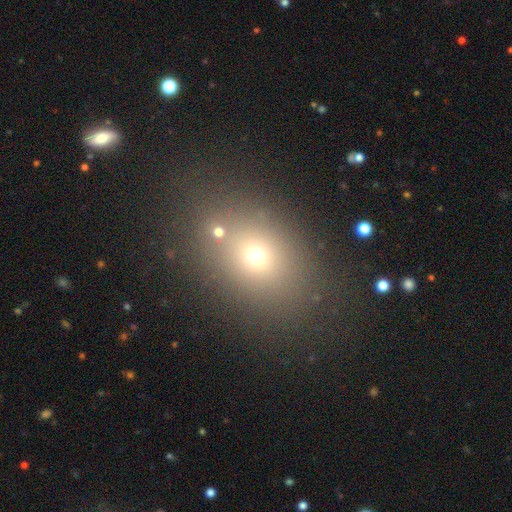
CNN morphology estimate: This appears to be a smooth galaxy with no disk features (62%) that is in between round and cigar-shaped (60%). Merging: none (79%).